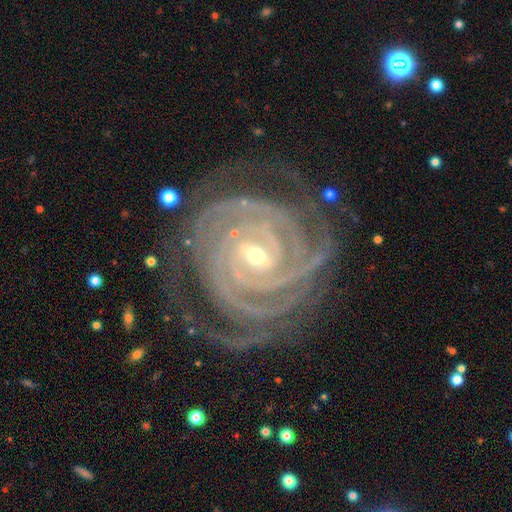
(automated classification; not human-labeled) Smooth or featured?
  - featured or disk: 94% *
  - star or artifact: 4%
  - smooth: 2%
Edge-on disk?
  - no: 98% *
  - yes: 2%
Bar?
  - strong: 40% *
  - weak: 39%
  - no: 21%
Spiral arms?
  - yes: 99% *
  - no: 1%
Spiral winding?
  - tight: 89% *
  - medium: 10%
  - loose: 1%
Spiral arm count?
  - 4: 26% *
  - 3: 24%
  - 2: 20%
  - can't tell: 13%
  - more than 4: 10%
  - 1: 8%
Bulge size?
  - small: 61% *
  - moderate: 36%
  - large: 1%
  - none: 1%
  - dominant: 1%
Merging?
  - none: 76% *
  - minor disturbance: 16%
  - major disturbance: 6%
  - merger: 2%